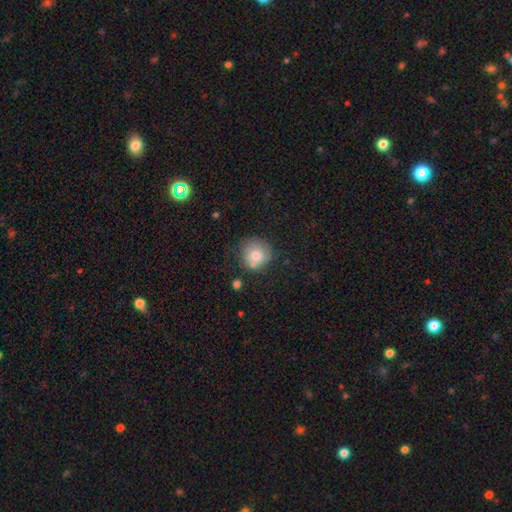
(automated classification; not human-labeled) This appears to be a smooth galaxy with no disk features (73%) that is round (89%). Merging: none (63%).